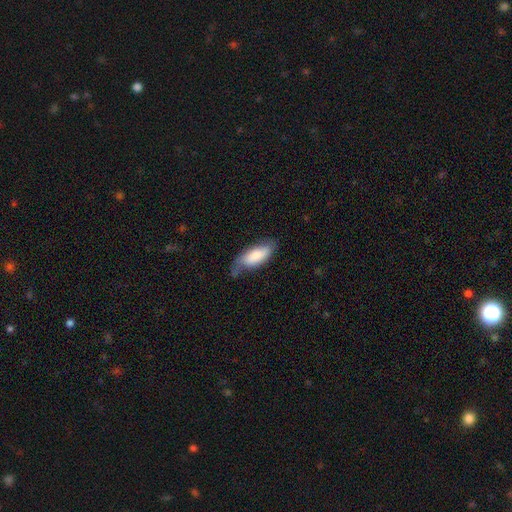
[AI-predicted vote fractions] Overall: smooth (74%). How rounded: in between (78%). Merging: none (48%; minor disturbance 37%).